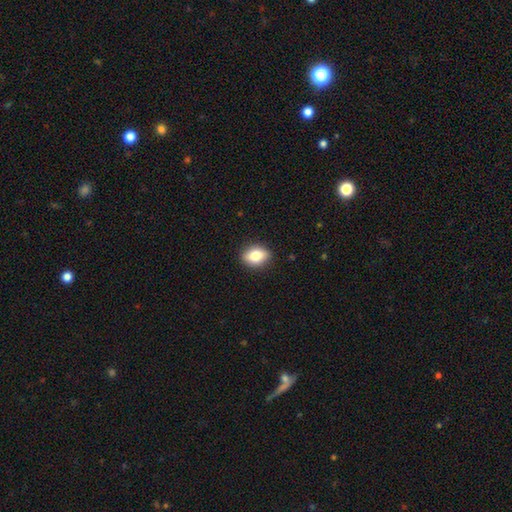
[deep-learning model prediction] Overall: smooth (80%). How rounded: in between (69%). Merging: none (88%).